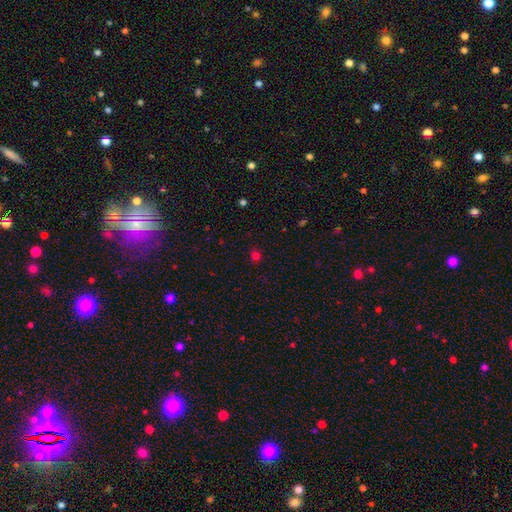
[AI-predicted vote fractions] smooth_or_featured: smooth (p=0.70) [alt: star or artifact p=0.26]
how_rounded: round (p=0.82) [alt: in between p=0.17]
merging: none (p=0.87) [alt: minor disturbance p=0.09]